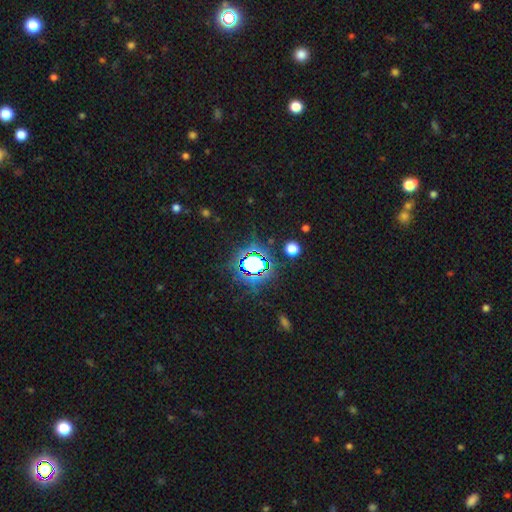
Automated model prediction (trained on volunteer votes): Smooth or featured: star or artifact — 75% (smooth — 16%)